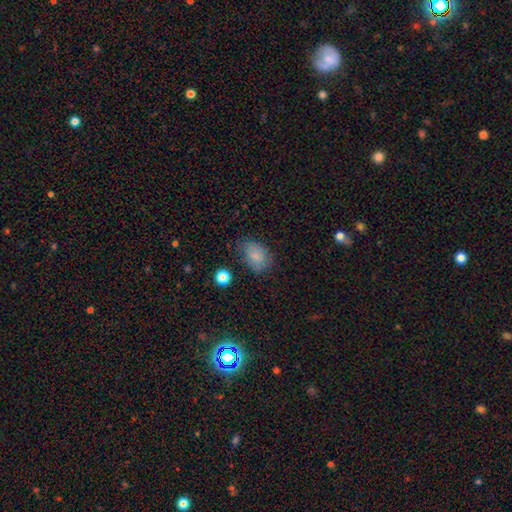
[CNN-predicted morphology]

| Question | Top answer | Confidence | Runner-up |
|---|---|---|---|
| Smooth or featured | smooth | 80% | star or artifact (10%) |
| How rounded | in between | 78% | round (21%) |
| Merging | none | 66% | minor disturbance (25%) |